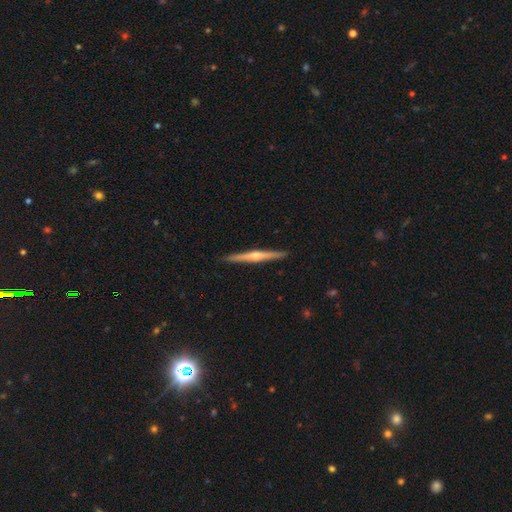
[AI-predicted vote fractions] The model was most divided on "smooth or featured": featured or disk: 74%, smooth: 21%, star or artifact: 5%. More confident: edge-on disk — yes (98%); merging — none (93%); edge-on bulge — rounded (86%).